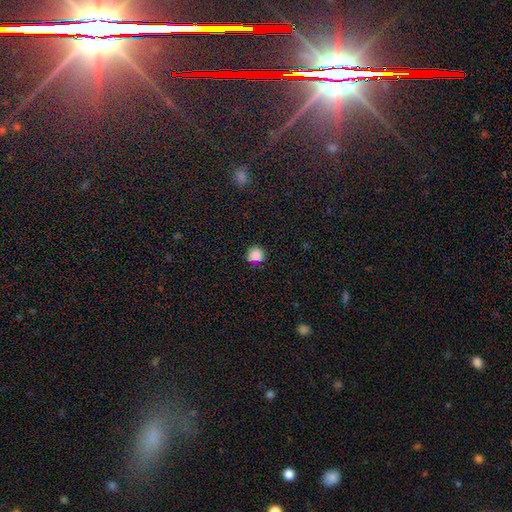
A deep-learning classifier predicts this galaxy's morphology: Smooth or featured: smooth — 84% (star or artifact — 12%)
How rounded: round — 91% (in between — 8%)
Merging: none — 80% (minor disturbance — 14%)